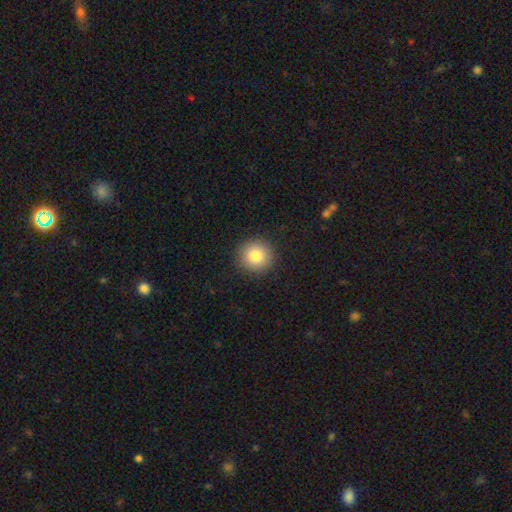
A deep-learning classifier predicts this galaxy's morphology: smooth-or-featured: smooth: 81% | star or artifact: 10% | featured or disk: 8%
  how-rounded: round: 94% | in between: 5% | cigar-shaped: 1%
  merging: none: 92% | minor disturbance: 5% | major disturbance: 2% | merger: 1%